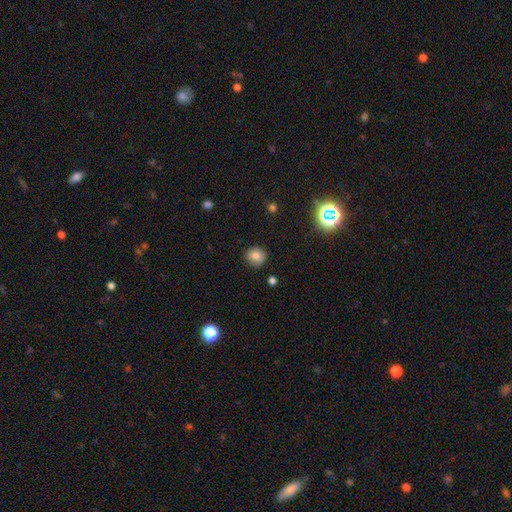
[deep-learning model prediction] This is clearly a smooth galaxy (81%). How rounded: clearly round (87%). Merging: clearly none (86%).